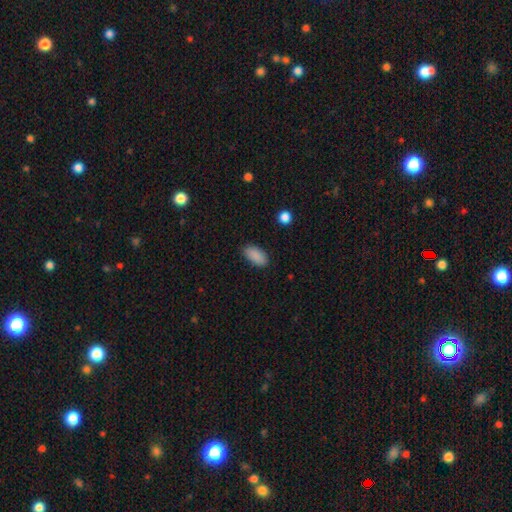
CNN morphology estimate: Q: Smooth or featured?
A: smooth (89%); runner-up: star or artifact (7%)
Q: How rounded?
A: in between (93%); runner-up: cigar-shaped (4%)
Q: Merging?
A: none (85%); runner-up: minor disturbance (12%)